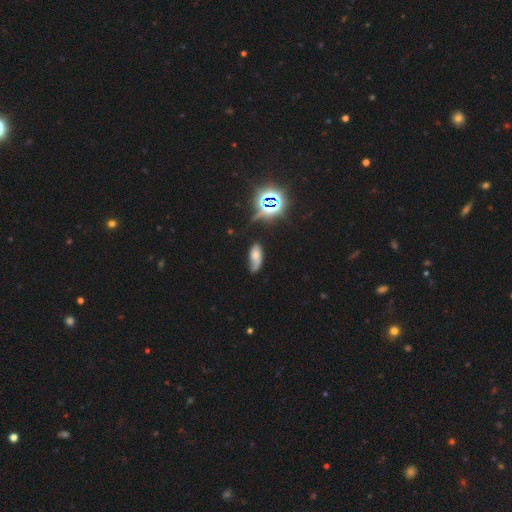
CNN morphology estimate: smooth-or-featured: smooth: 53% | featured or disk: 28% | star or artifact: 18%
  how-rounded: in between: 85% | cigar-shaped: 11% | round: 3%
  merging: none: 43% | minor disturbance: 34% | major disturbance: 18% | merger: 5%